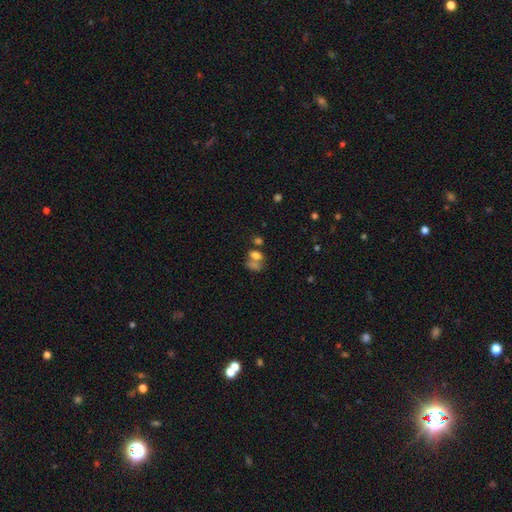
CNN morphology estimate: This appears to be a smooth galaxy with no disk features (69%) that is in between round and cigar-shaped (64%). Merging: merger (48%).